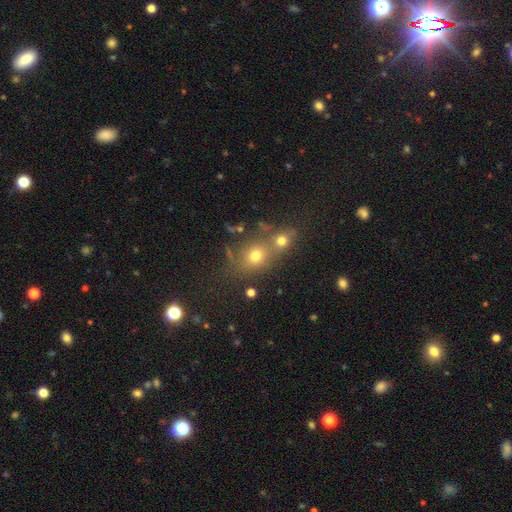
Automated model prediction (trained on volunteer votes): smooth_or_featured: smooth (p=0.65) [alt: star or artifact p=0.21]
how_rounded: round (p=0.67) [alt: in between p=0.32]
merging: none (p=0.47) [alt: merger p=0.40]